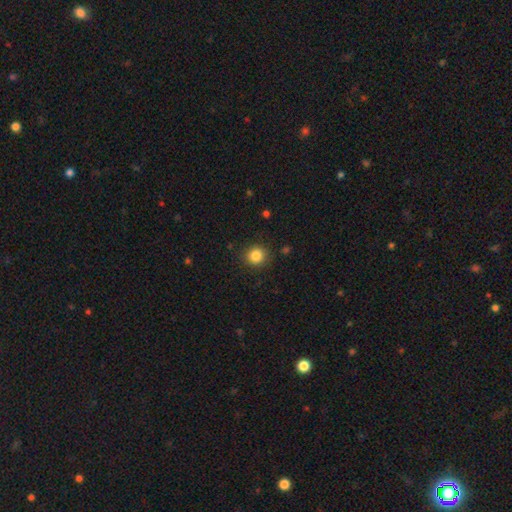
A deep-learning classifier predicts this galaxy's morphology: Smooth or featured? smooth (85%)
How rounded? round (87%)
Merging? none (89%)